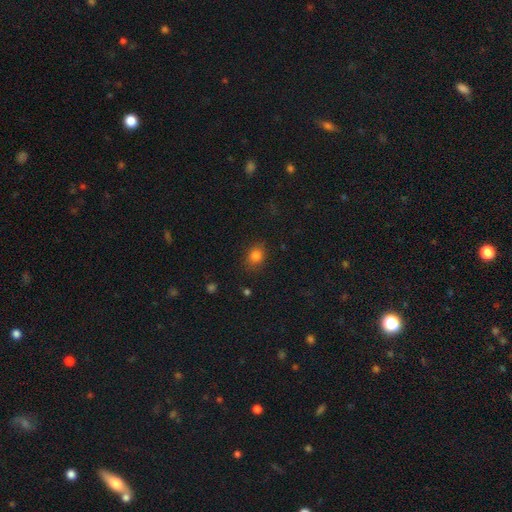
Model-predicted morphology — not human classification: Smooth or featured? Predicted: smooth (p=0.81). How rounded? Predicted: round (p=0.57). Merging? Predicted: none (p=0.82).